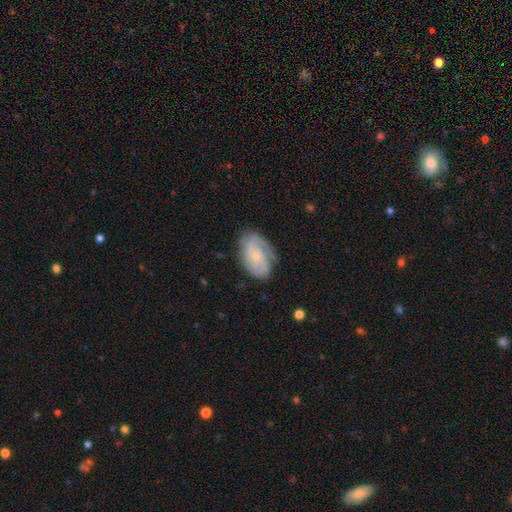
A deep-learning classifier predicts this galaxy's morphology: This is likely a featured or disk galaxy (72%). It is clearly not viewed edge-on (96%). Bar: likely no (74%). Spiral arm pattern: clearly yes (90%). Spiral arm count: marginally 2 (43%). Spiral winding: possibly tight (53%). Central bulge: likely small (76%). Merging: likely none (67%).